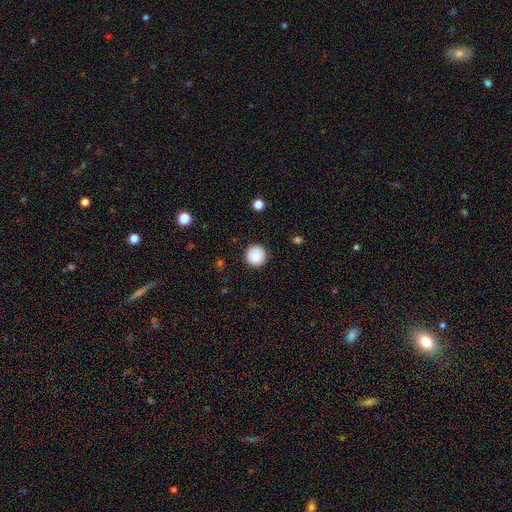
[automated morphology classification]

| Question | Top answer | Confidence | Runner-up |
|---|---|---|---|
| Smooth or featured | smooth | 86% | star or artifact (8%) |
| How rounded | round | 96% | in between (3%) |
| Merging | none | 91% | minor disturbance (6%) |